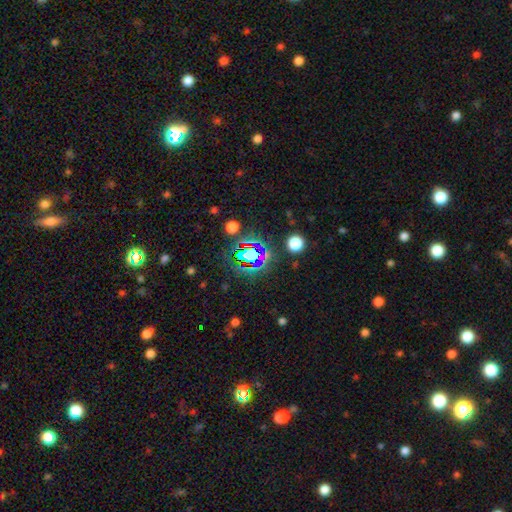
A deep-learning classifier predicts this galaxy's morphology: The model was most divided on "smooth or featured": star or artifact: 62%, smooth: 25%, featured or disk: 14%.